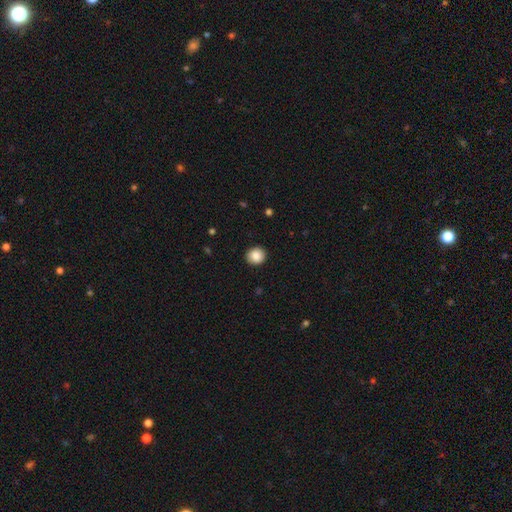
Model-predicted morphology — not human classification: This appears to be a smooth galaxy with no disk features (86%) that is round (87%). Merging: none (91%).